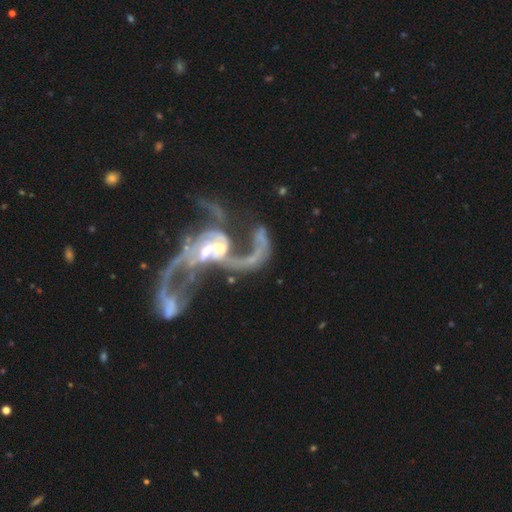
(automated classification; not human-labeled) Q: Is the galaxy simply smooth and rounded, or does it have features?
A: featured or disk — 85%.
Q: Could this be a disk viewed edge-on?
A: no — 97%.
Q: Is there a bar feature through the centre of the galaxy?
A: no — 56%.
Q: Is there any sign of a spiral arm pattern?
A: yes — 83%.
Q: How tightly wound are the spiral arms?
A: loose — 72%.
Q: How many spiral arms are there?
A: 2 — 50%.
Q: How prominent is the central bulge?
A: moderate — 55%.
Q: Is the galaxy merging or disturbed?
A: merger — 64%.